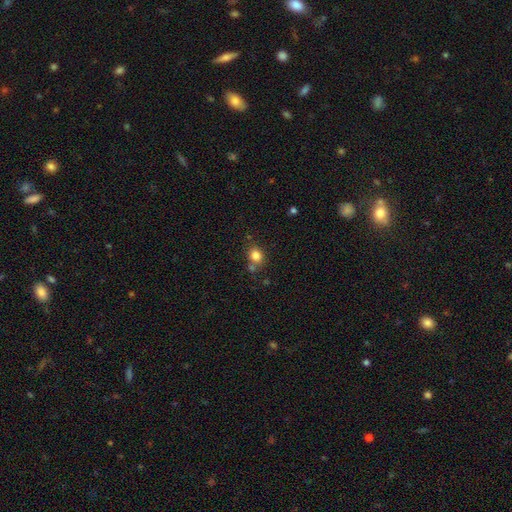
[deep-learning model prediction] smooth-or-featured: smooth: 82% | star or artifact: 12% | featured or disk: 6%
  how-rounded: round: 67% | in between: 32% | cigar-shaped: 1%
  merging: none: 69% | merger: 15% | minor disturbance: 13% | major disturbance: 4%